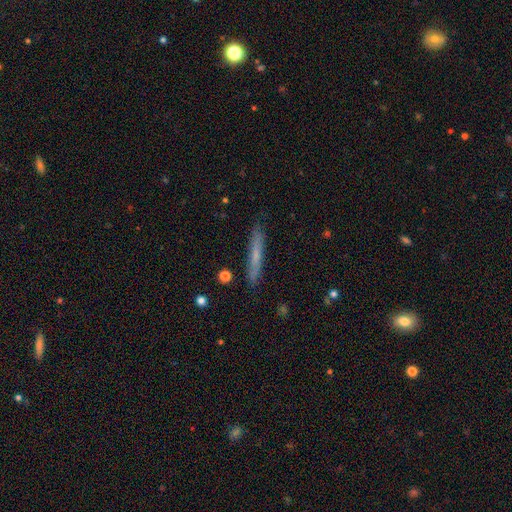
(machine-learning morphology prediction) Overall: smooth (56%; featured or disk 38%). How rounded: cigar-shaped (95%). Merging: none (87%).